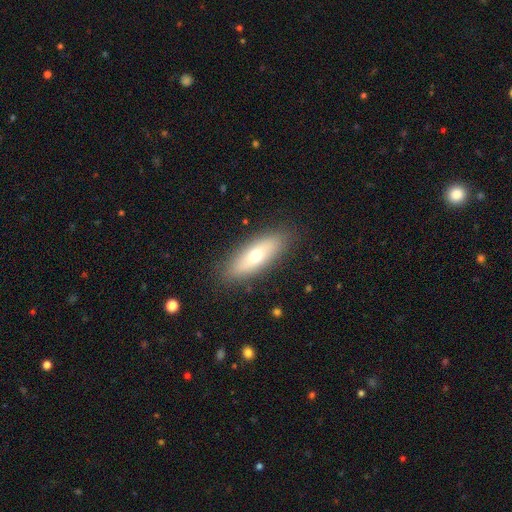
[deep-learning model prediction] smooth_or_featured: smooth (p=0.61) [alt: featured or disk p=0.32]
how_rounded: in between (p=0.59) [alt: cigar-shaped p=0.39]
merging: none (p=0.87) [alt: minor disturbance p=0.09]